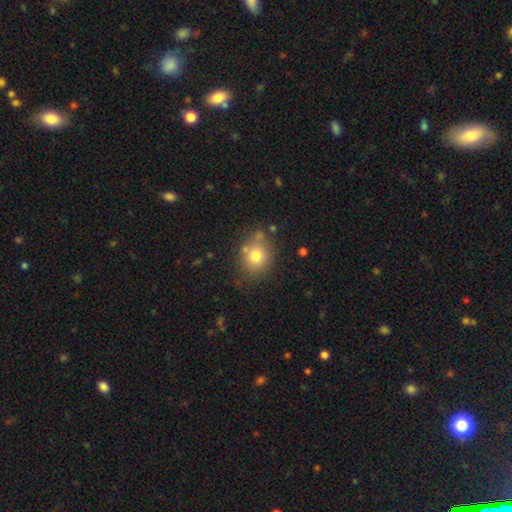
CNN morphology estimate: smooth-or-featured: smooth: 76% | featured or disk: 12% | star or artifact: 12%
  how-rounded: round: 71% | in between: 28% | cigar-shaped: 1%
  merging: none: 71% | minor disturbance: 16% | merger: 7% | major disturbance: 5%